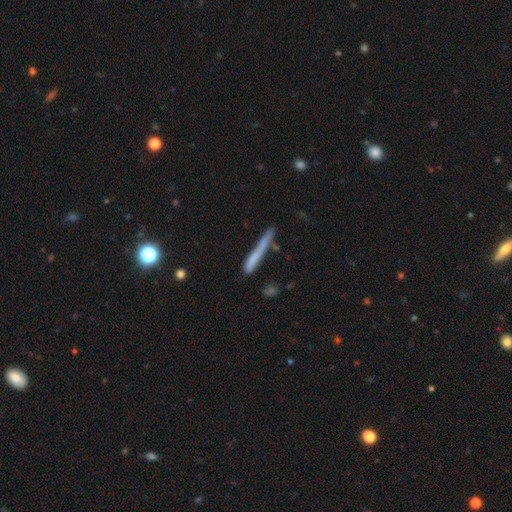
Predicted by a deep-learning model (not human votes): Smooth or featured: smooth — 61% (featured or disk — 31%)
How rounded: cigar-shaped — 96% (in between — 2%)
Merging: none — 69% (minor disturbance — 20%)